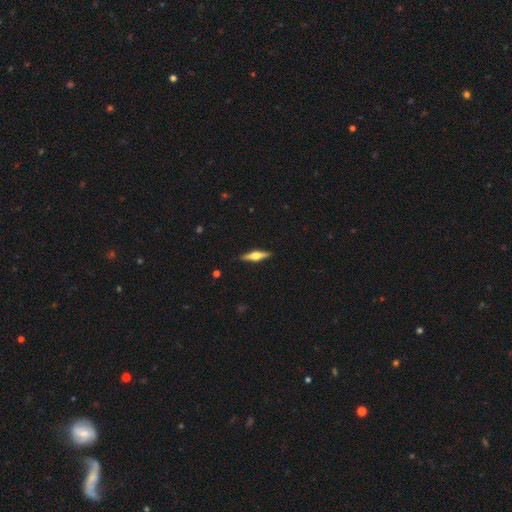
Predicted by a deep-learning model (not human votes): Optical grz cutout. It shows a featured or disk galaxy (63%) viewed edge-on (97%) with a rounded central bulge (93%). Merging: none (90%).